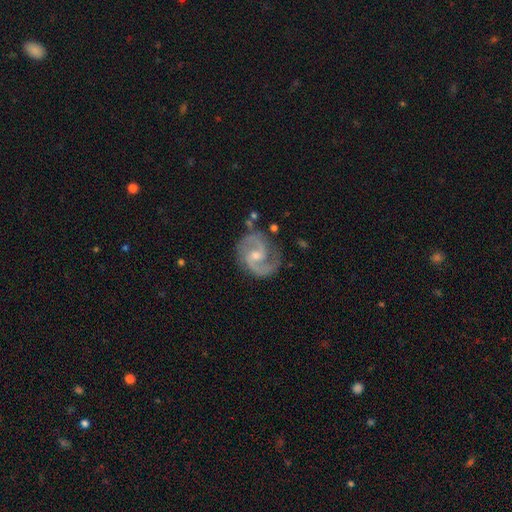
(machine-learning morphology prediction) Smooth or featured: featured or disk — 92% (star or artifact — 5%)
Edge-on disk: no — 98% (yes — 2%)
Bar: weak — 50% (no — 39%)
Spiral arms: yes — 98% (no — 2%)
Spiral winding: medium — 62% (tight — 21%)
Spiral arm count: 2 — 92% (can't tell — 2%)
Bulge size: small — 51% (moderate — 45%)
Merging: none — 77% (minor disturbance — 16%)